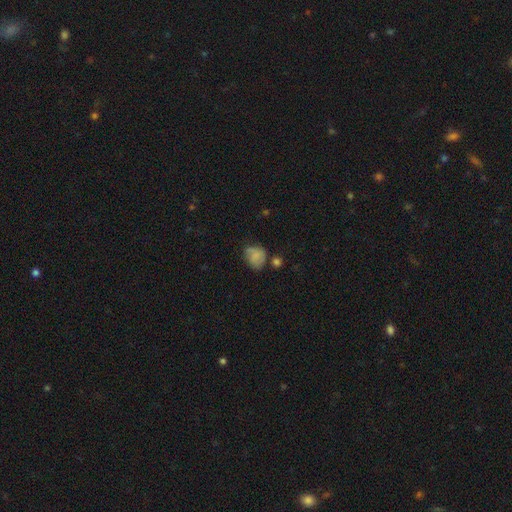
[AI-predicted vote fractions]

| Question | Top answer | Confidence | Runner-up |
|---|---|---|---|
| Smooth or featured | smooth | 75% | featured or disk (14%) |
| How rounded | round | 53% | in between (46%) |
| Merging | none | 47% | minor disturbance (31%) |